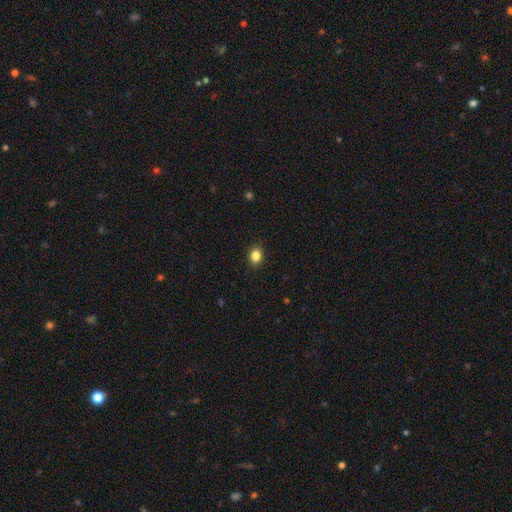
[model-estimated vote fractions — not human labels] Q: Smooth or featured?
A: smooth (84%); runner-up: star or artifact (11%)
Q: How rounded?
A: round (55%); runner-up: in between (44%)
Q: Merging?
A: none (89%); runner-up: minor disturbance (8%)